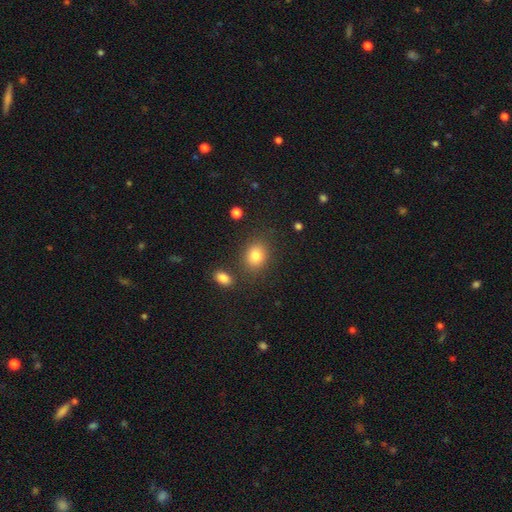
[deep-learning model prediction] Q: Smooth or featured?
A: smooth (82%); runner-up: star or artifact (11%)
Q: How rounded?
A: round (51%); runner-up: in between (48%)
Q: Merging?
A: none (80%); runner-up: minor disturbance (11%)